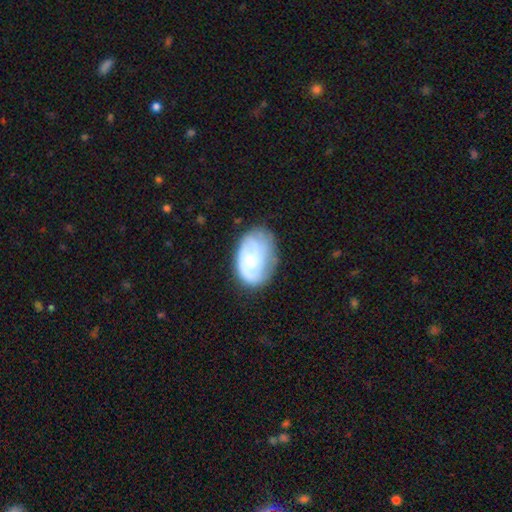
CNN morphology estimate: Q: Smooth or featured?
A: featured or disk (58%); runner-up: smooth (36%)
Q: Edge-on disk?
A: no (96%); runner-up: yes (4%)
Q: Bar?
A: no (75%); runner-up: weak (21%)
Q: Spiral arms?
A: yes (81%); runner-up: no (19%)
Q: Bulge size?
A: small (46%); runner-up: moderate (44%)
Q: Merging?
A: none (65%); runner-up: minor disturbance (25%)